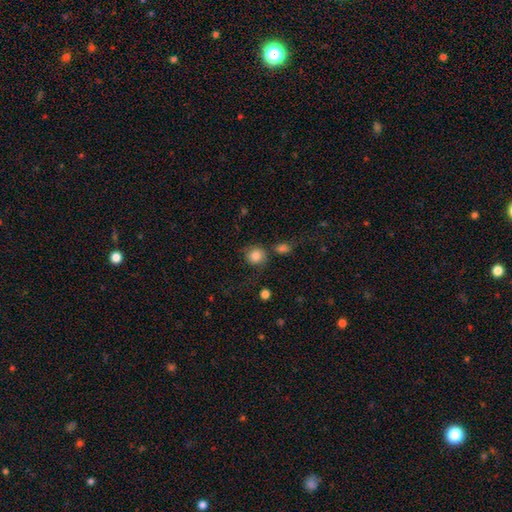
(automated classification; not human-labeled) smooth-or-featured: smooth: 82% | star or artifact: 9% | featured or disk: 9%
  how-rounded: round: 87% | in between: 12% | cigar-shaped: 1%
  merging: none: 60% | minor disturbance: 18% | major disturbance: 12% | merger: 10%